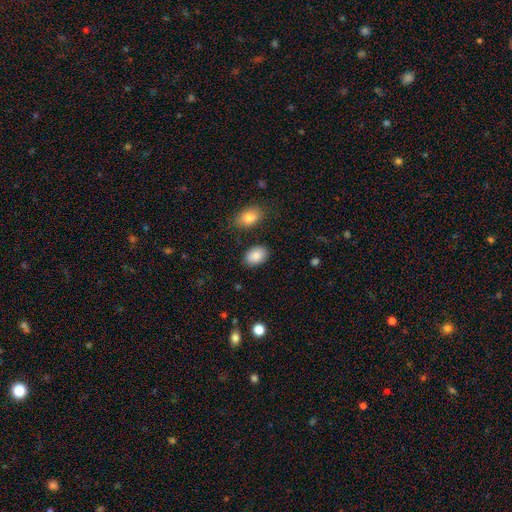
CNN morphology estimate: A smooth galaxy with no disk features (87%) that is in between round and cigar-shaped (86%). Merging: none (84%).